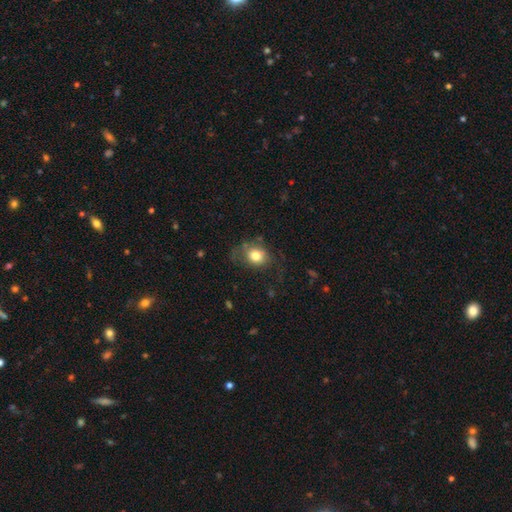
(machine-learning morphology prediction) Q: Smooth or featured?
A: smooth (77%); runner-up: featured or disk (13%)
Q: How rounded?
A: round (59%); runner-up: in between (40%)
Q: Merging?
A: none (58%); runner-up: minor disturbance (24%)